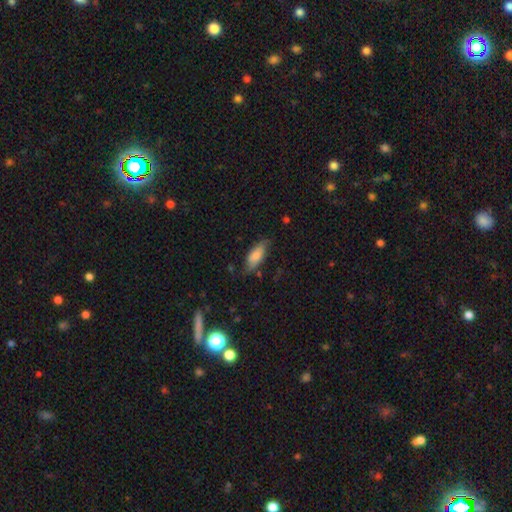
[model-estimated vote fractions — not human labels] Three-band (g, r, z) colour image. It shows a smooth galaxy with no disk features (78%) that is in between round and cigar-shaped (77%). Merging: none (69%).